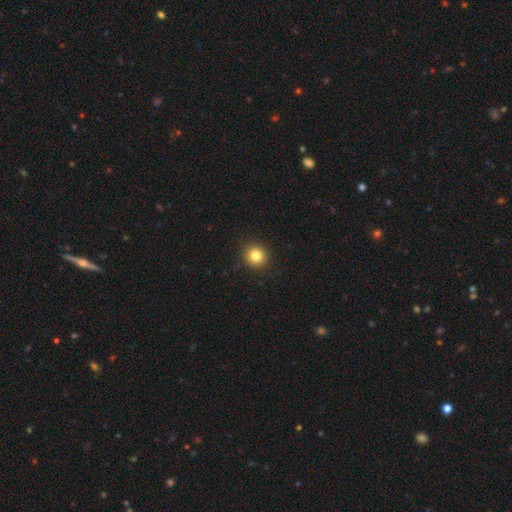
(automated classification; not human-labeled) The model was most divided on "smooth or featured": smooth: 83%, star or artifact: 11%, featured or disk: 6%. More confident: how rounded — round (92%); merging — none (91%).